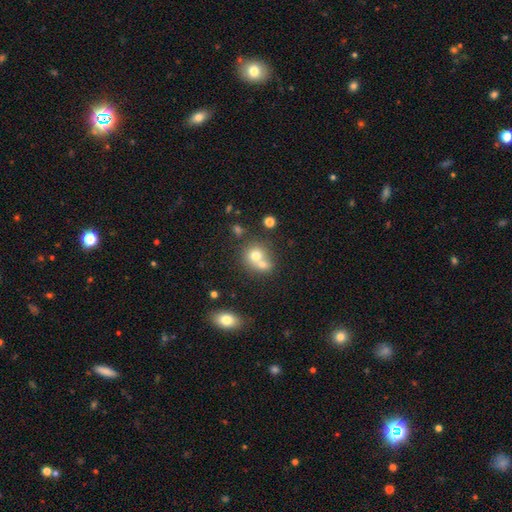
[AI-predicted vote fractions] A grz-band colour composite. It shows a smooth galaxy with no disk features (69%) that is round (76%). Merging: merger (55%).